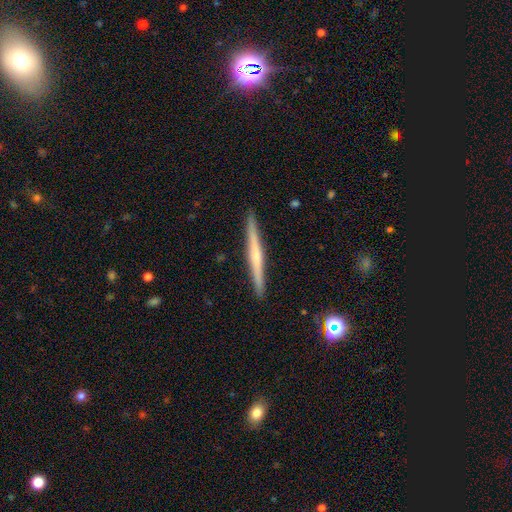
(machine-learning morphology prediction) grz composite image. It shows a featured or disk galaxy (62%) viewed edge-on (98%) with a rounded central bulge (46%). Merging: none (92%).